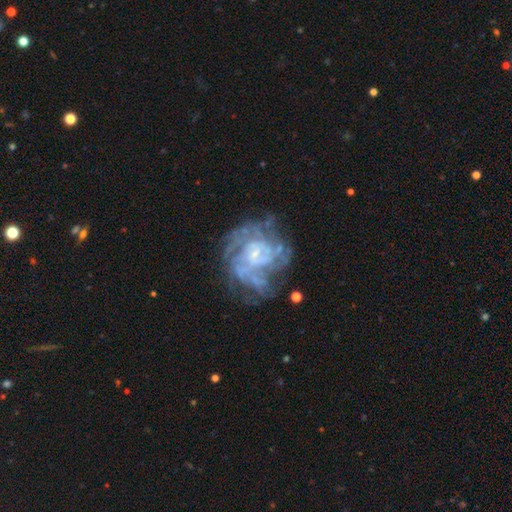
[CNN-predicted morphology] Overall: featured or disk (81%). Edge-on disk: no (98%). Bar: no (61%; weak 32%). Spiral arms: yes (79%). Spiral arm count: can't tell (48%; 3 14%). Spiral winding: tight (58%; medium 31%). Bulge size: small (58%; moderate 21%). Merging: none (56%; major disturbance 20%).